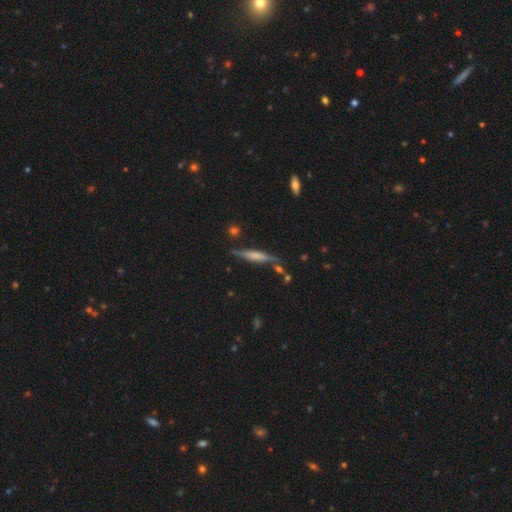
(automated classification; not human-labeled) Morphology: type=featured or disk (52%); edge-on=yes (94%); merging=none (76%).